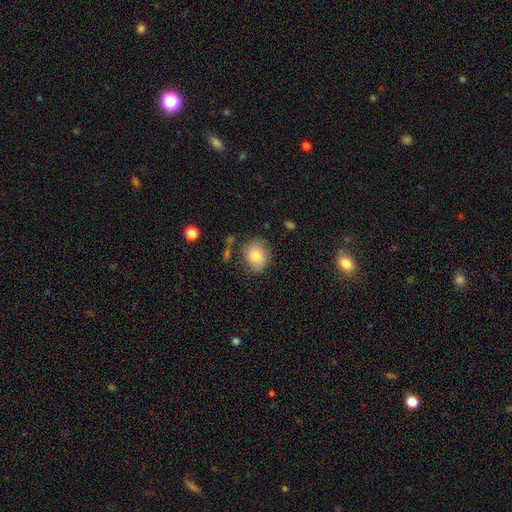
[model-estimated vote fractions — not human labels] Morphology: type=smooth (79%); roundness=round (55%); merging=none (75%).